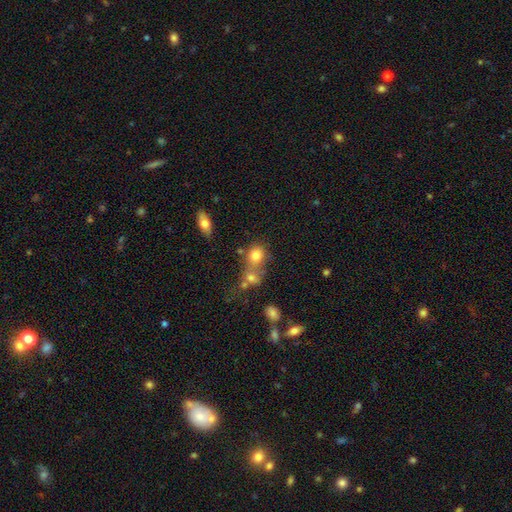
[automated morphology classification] A smooth galaxy with no disk features (77%) that is round (67%). Merging: none (43%).